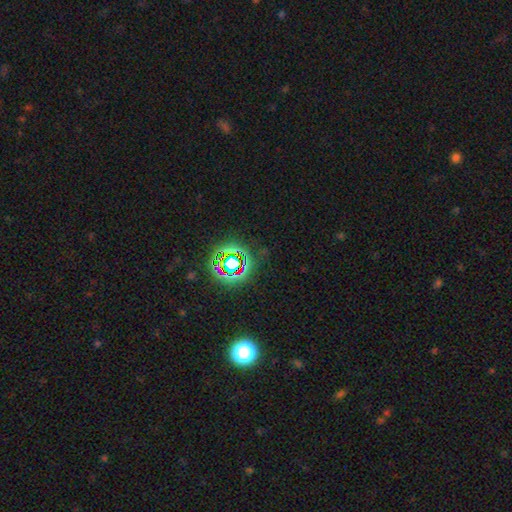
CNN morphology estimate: A star or artifact, not a galaxy (75%).

Vote fractions:
- Smooth or featured? star or artifact: 75% / smooth: 14% / featured or disk: 10%